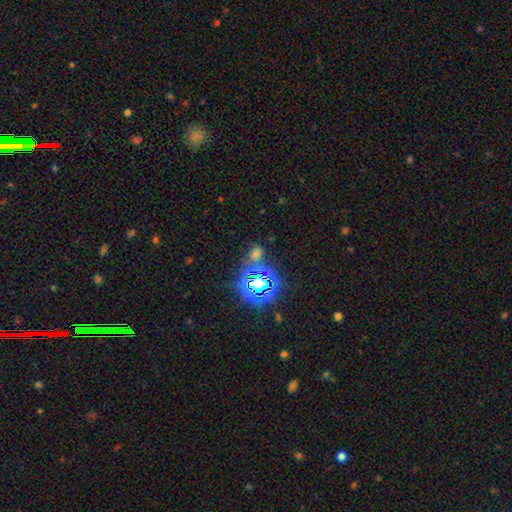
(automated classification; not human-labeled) Smooth or featured: star or artifact — 69% (smooth — 22%)